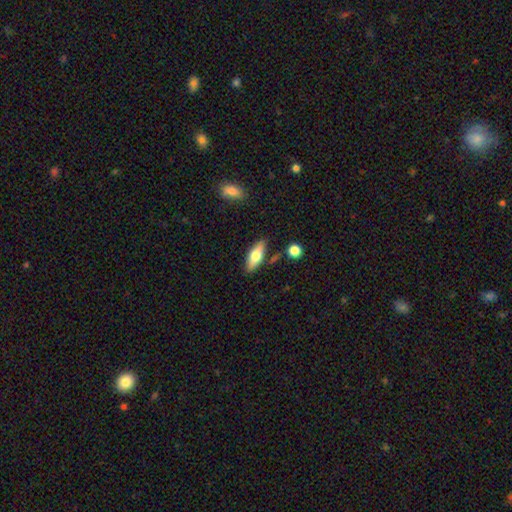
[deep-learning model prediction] Smooth or featured? smooth (63%)
How rounded? in between (65%)
Merging? none (80%)